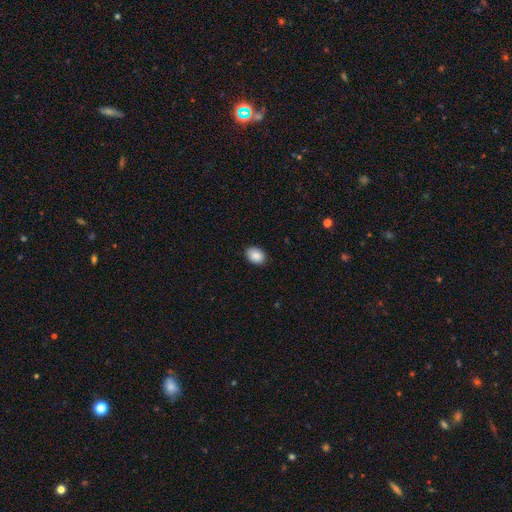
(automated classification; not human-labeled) This appears to be a smooth galaxy with no disk features (88%) that is in between round and cigar-shaped (70%). Merging: none (89%).